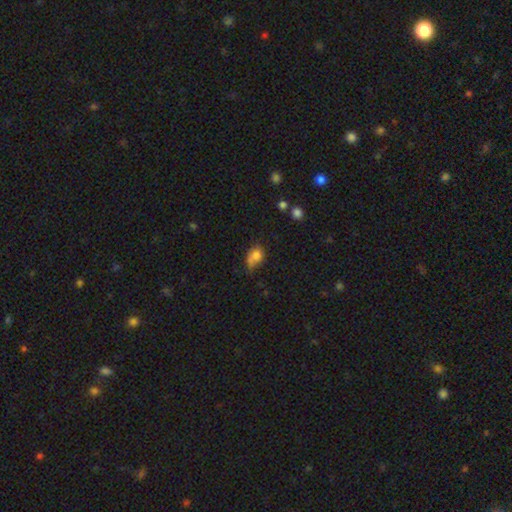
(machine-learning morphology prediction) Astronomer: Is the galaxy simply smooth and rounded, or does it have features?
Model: smooth — 72%.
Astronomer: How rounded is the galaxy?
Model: in between — 62%.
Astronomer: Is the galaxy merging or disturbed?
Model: none — 33% (runner-up: minor disturbance, 32%).